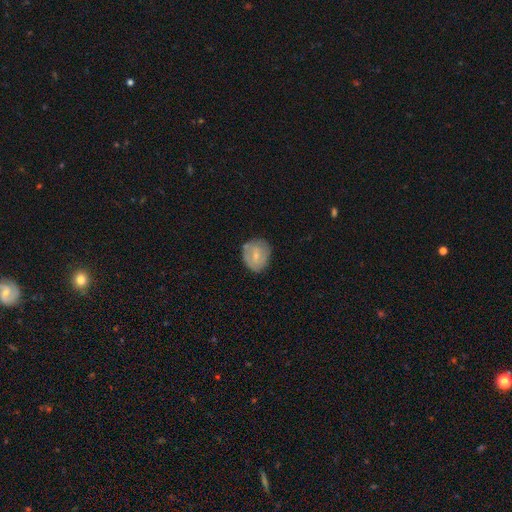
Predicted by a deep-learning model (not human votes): A smooth galaxy with no disk features (56%) that is round (62%).

Vote fractions:
- Smooth or featured? smooth: 56% / featured or disk: 37% / star or artifact: 7%
- How rounded? round: 62% / in between: 36% / cigar-shaped: 1%
- Merging? none: 68% / minor disturbance: 22% / major disturbance: 6% / merger: 3%